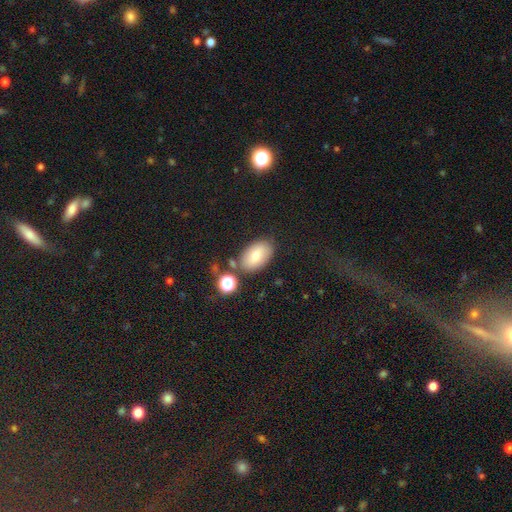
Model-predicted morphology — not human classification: Smooth or featured: smooth — 75% (featured or disk — 15%)
How rounded: in between — 91% (round — 8%)
Merging: none — 78% (minor disturbance — 13%)